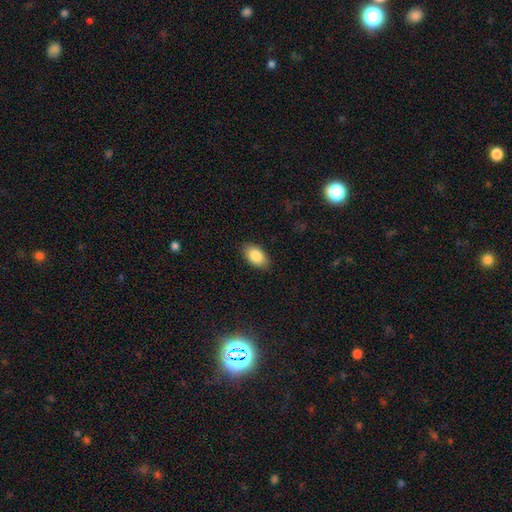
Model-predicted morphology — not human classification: A smooth galaxy with no disk features (87%) that is in between round and cigar-shaped (93%).

Vote fractions:
- Smooth or featured? smooth: 87% / star or artifact: 7% / featured or disk: 6%
- How rounded? in between: 93% / round: 5% / cigar-shaped: 2%
- Merging? none: 87% / minor disturbance: 10% / major disturbance: 2% / merger: 1%